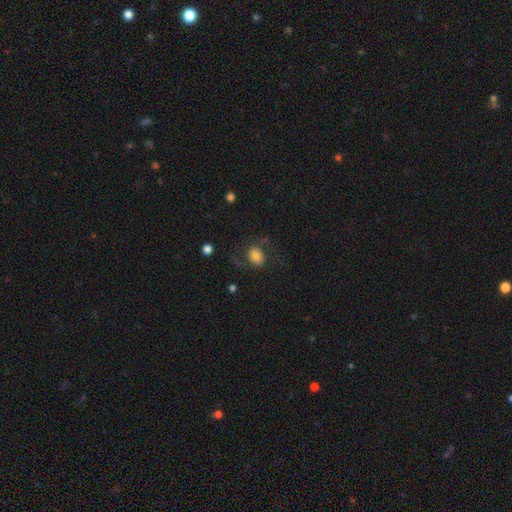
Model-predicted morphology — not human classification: smooth-or-featured: smooth: 60% | featured or disk: 30% | star or artifact: 10%
  how-rounded: in between: 61% | round: 38% | cigar-shaped: 1%
  merging: none: 62% | major disturbance: 19% | minor disturbance: 16% | merger: 2%